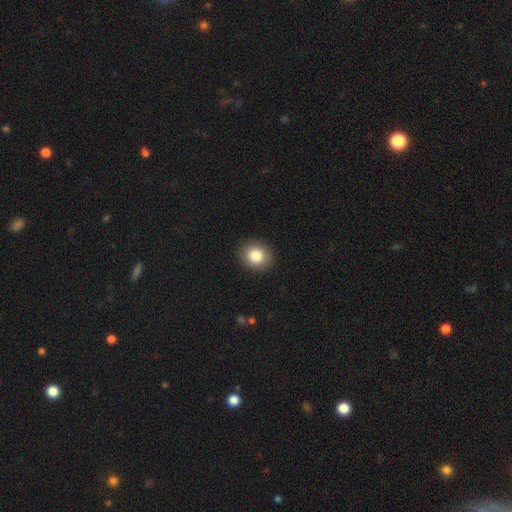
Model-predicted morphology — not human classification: Overall: smooth (85%). How rounded: round (74%). Merging: none (91%).